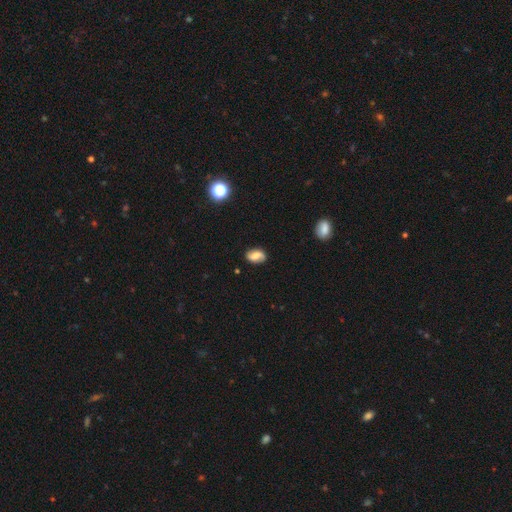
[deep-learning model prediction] A featured or disk galaxy (54%) with a weak bar (43%), spiral arms (86%) and a moderate central bulge (40%).

Vote fractions:
- Smooth or featured? featured or disk: 54% / smooth: 37% / star or artifact: 9%
- Edge-on disk? no: 96% / yes: 4%
- Bar? weak: 43% / no: 32% / strong: 25%
- Spiral arms? yes: 86% / no: 14%
- Bulge size? moderate: 40% / small: 24% / large: 17% / none: 15% / dominant: 3%
- Merging? none: 81% / minor disturbance: 14% / major disturbance: 3% / merger: 2%